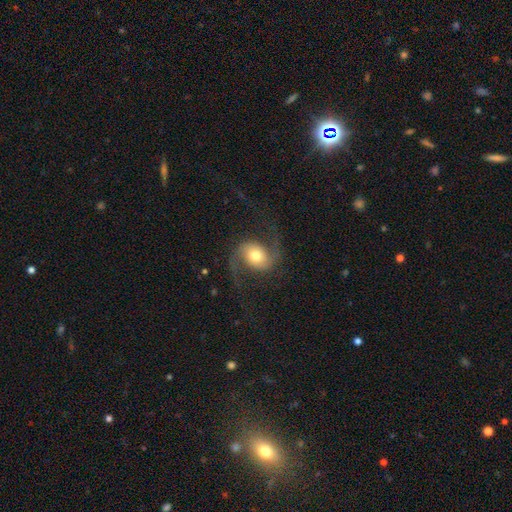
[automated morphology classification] smooth_or_featured: featured or disk (p=0.83) [alt: smooth p=0.10]
disk_edge_on: no (p=0.98) [alt: yes p=0.02]
bar: no (p=0.63) [alt: weak p=0.26]
has_spiral_arms: yes (p=0.96) [alt: no p=0.04]
spiral_winding: loose (p=0.60) [alt: medium p=0.33]
spiral_arm_count: 2 (p=0.94) [alt: can't tell p=0.02]
bulge_size: moderate (p=0.66) [alt: large p=0.15]
merging: none (p=0.74) [alt: major disturbance p=0.12]